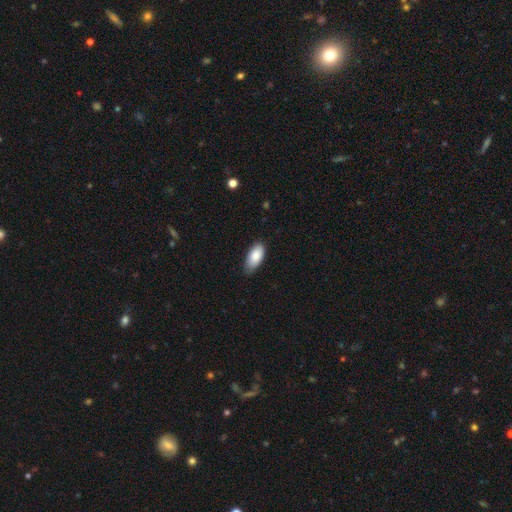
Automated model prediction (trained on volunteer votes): The model was most divided on "merging": none: 75%, minor disturbance: 22%, major disturbance: 3%, merger: 1%. More confident: how rounded — in between (91%); smooth or featured — smooth (85%).